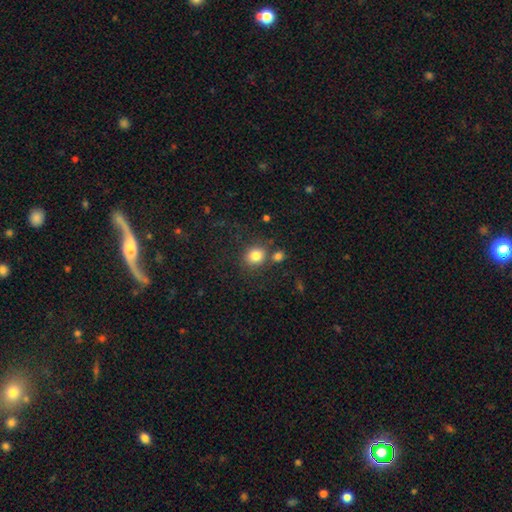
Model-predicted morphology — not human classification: Smooth or featured? Predicted: smooth (p=0.82). How rounded? Predicted: round (p=0.75). Merging? Predicted: none (p=0.72).